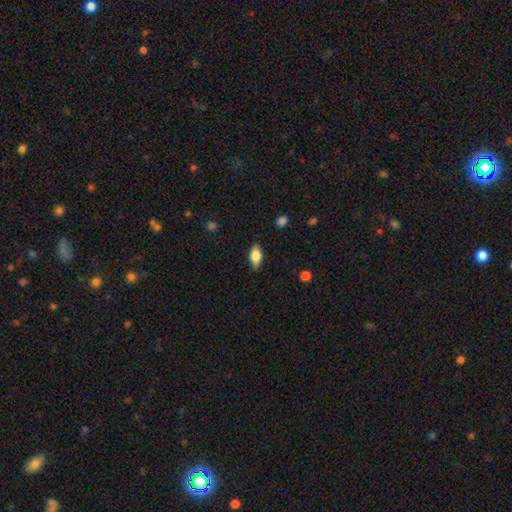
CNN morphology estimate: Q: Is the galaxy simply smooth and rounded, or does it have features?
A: smooth — 68%.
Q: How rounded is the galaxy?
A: in between — 85%.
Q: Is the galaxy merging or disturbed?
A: none — 84%.